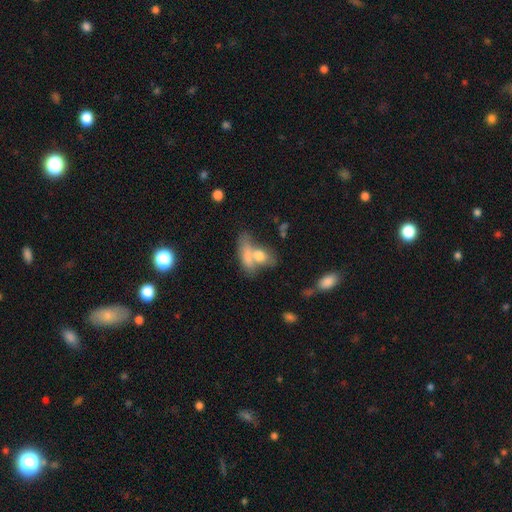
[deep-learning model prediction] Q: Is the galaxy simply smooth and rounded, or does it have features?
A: smooth — 72%.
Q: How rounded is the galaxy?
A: in between — 67%.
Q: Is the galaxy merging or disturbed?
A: merger — 53%.